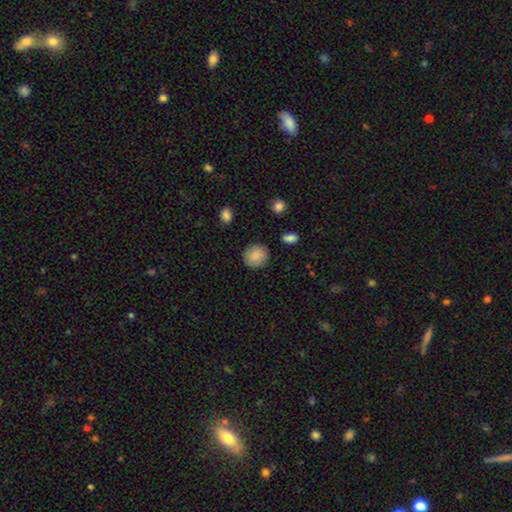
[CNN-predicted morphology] Smooth or featured: smooth — 86% (star or artifact — 7%)
How rounded: round — 88% (in between — 11%)
Merging: none — 88% (minor disturbance — 9%)